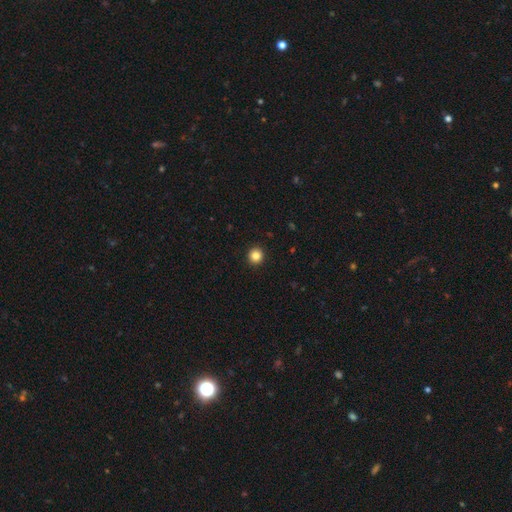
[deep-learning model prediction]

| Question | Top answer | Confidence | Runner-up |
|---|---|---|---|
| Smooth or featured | smooth | 84% | star or artifact (11%) |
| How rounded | round | 94% | in between (5%) |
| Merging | none | 94% | minor disturbance (4%) |